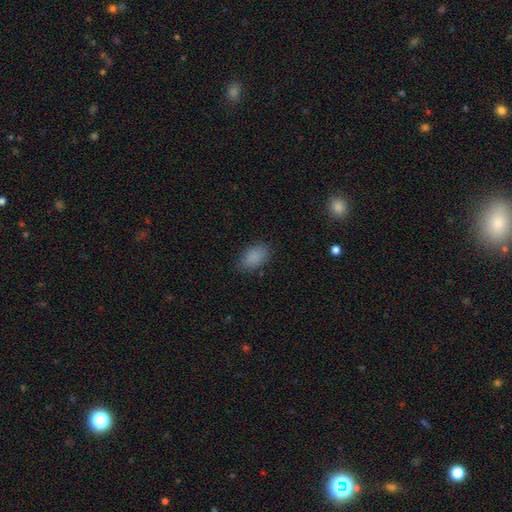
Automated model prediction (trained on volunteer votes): Q: Smooth or featured?
A: smooth (87%); runner-up: star or artifact (9%)
Q: How rounded?
A: in between (90%); runner-up: round (9%)
Q: Merging?
A: none (82%); runner-up: minor disturbance (14%)